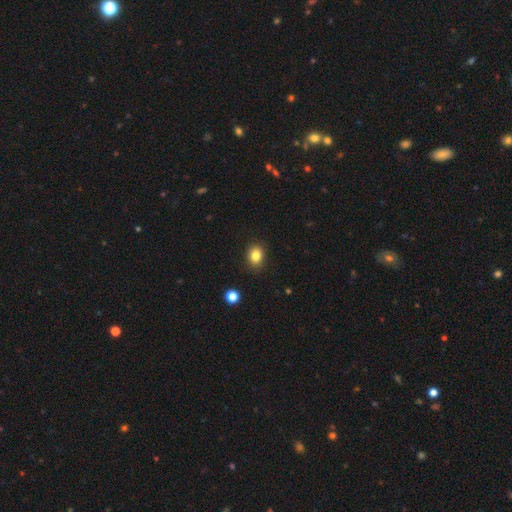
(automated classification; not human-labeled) Smooth or featured?
  - smooth: 84% *
  - star or artifact: 10%
  - featured or disk: 6%
How rounded?
  - in between: 50% *
  - round: 49%
  - cigar-shaped: 1%
Merging?
  - none: 88% *
  - minor disturbance: 8%
  - major disturbance: 2%
  - merger: 1%